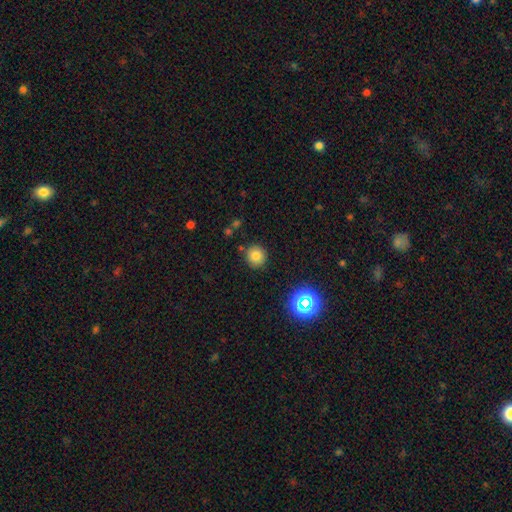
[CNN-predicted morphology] Q: Smooth or featured?
A: smooth (77%); runner-up: star or artifact (16%)
Q: How rounded?
A: round (92%); runner-up: in between (7%)
Q: Merging?
A: none (87%); runner-up: minor disturbance (7%)